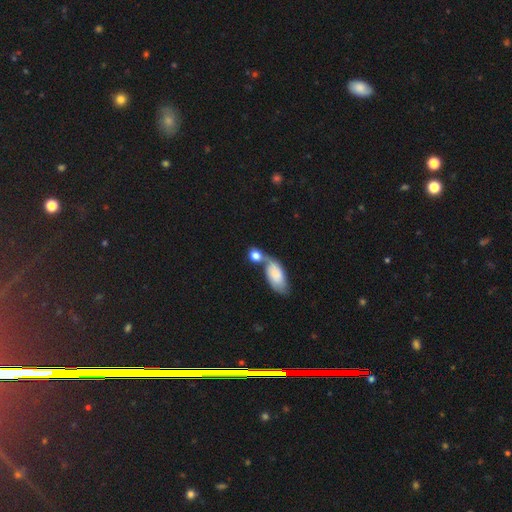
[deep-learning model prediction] Overall: smooth (77%). How rounded: round (51%; in between 45%). Merging: merger (52%; none 33%).